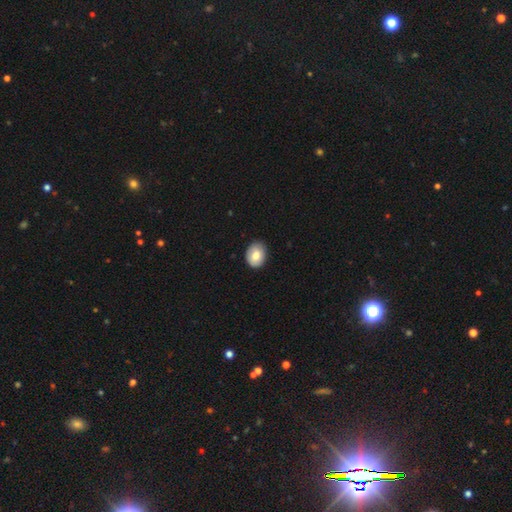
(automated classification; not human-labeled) Smooth or featured? smooth (77%)
How rounded? in between (59%)
Merging? none (85%)